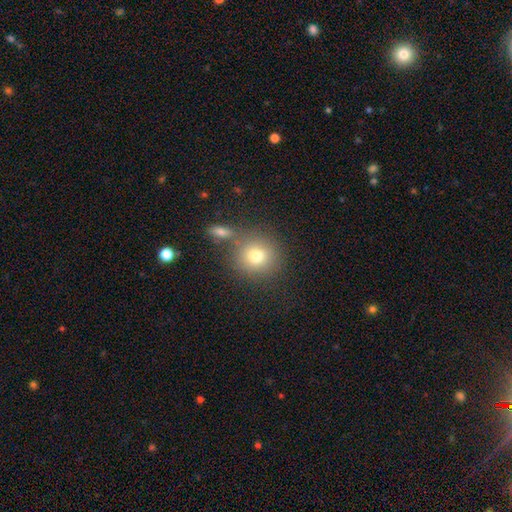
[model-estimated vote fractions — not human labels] A smooth galaxy with no disk features (76%) that is round (89%).

Vote fractions:
- Smooth or featured? smooth: 76% / star or artifact: 12% / featured or disk: 12%
- How rounded? round: 89% / in between: 10% / cigar-shaped: 1%
- Merging? none: 68% / merger: 17% / minor disturbance: 11% / major disturbance: 4%